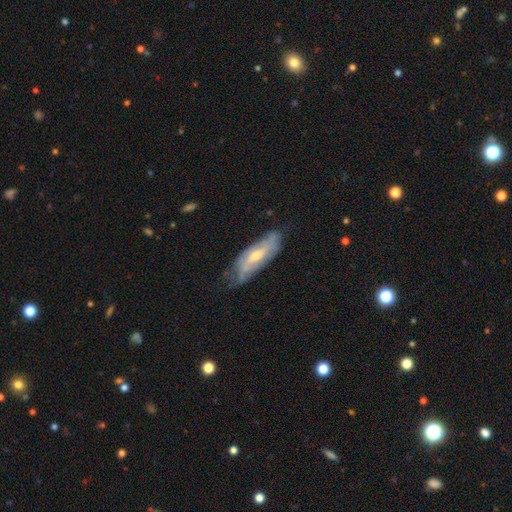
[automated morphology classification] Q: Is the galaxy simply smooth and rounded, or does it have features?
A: featured or disk — 59%.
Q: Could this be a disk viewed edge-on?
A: no — 73%.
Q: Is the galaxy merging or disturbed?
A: none — 56%.